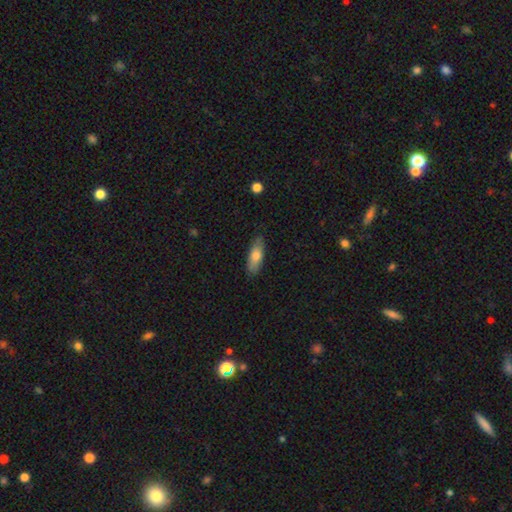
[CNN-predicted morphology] Smooth or featured?
  - smooth: 73% *
  - featured or disk: 21%
  - star or artifact: 6%
How rounded?
  - in between: 66% *
  - cigar-shaped: 31%
  - round: 3%
Merging?
  - none: 80% *
  - minor disturbance: 16%
  - major disturbance: 3%
  - merger: 1%